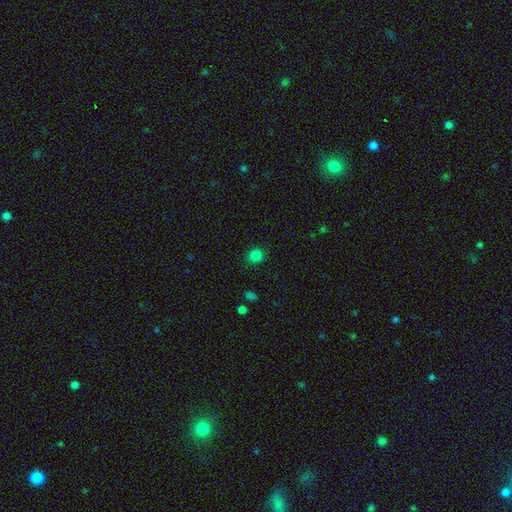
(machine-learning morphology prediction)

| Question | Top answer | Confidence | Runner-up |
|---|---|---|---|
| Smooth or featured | smooth | 83% | star or artifact (14%) |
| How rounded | round | 80% | in between (19%) |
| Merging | none | 88% | minor disturbance (8%) |